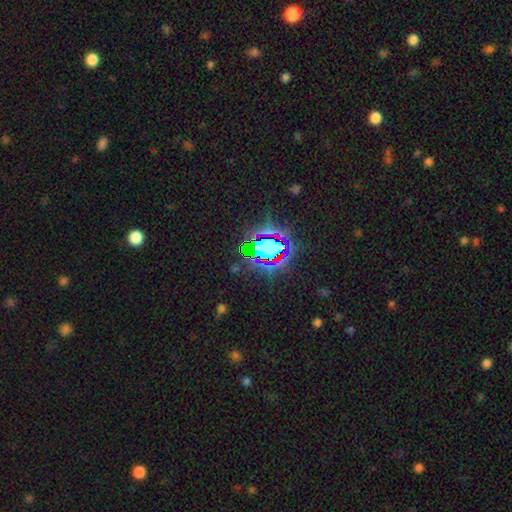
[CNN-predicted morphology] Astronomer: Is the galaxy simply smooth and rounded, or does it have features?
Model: star or artifact — 79%.